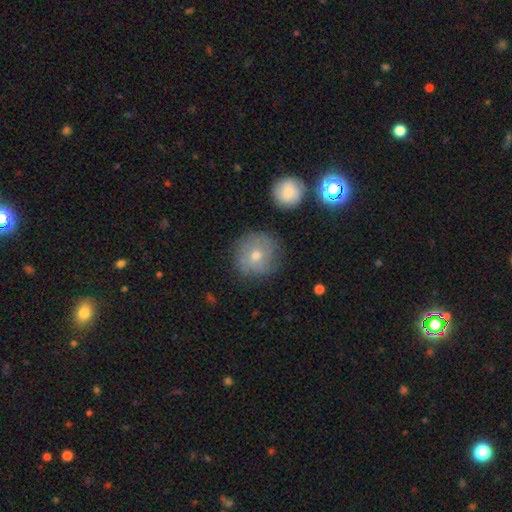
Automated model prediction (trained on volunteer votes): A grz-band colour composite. It shows a smooth galaxy with no disk features (49%). Merging: none (78%).